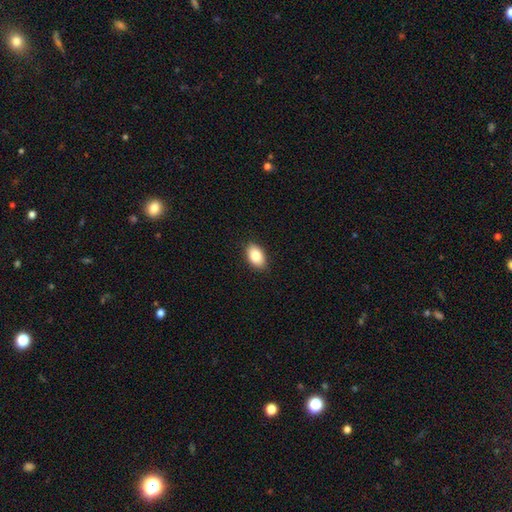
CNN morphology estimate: Smooth or featured? smooth (85%)
How rounded? in between (92%)
Merging? none (89%)